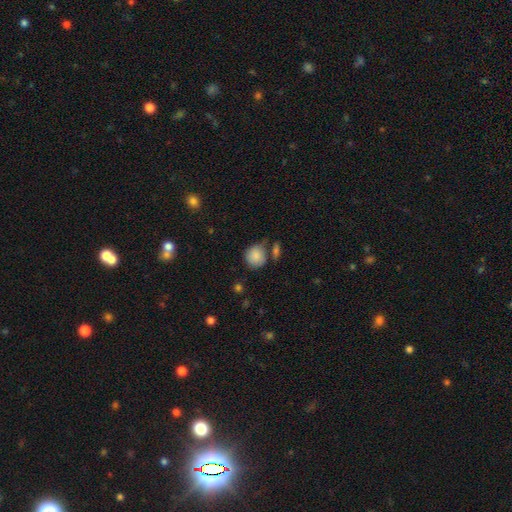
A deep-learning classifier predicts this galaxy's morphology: Smooth or featured: smooth — 85% (star or artifact — 8%)
How rounded: round — 81% (in between — 18%)
Merging: none — 56% (minor disturbance — 22%)